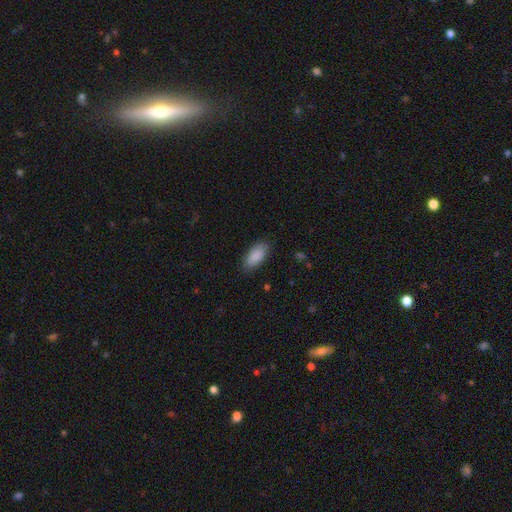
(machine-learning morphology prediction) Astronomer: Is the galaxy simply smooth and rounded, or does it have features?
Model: smooth — 89%.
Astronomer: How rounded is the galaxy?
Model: in between — 90%.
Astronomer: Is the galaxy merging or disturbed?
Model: none — 83%.